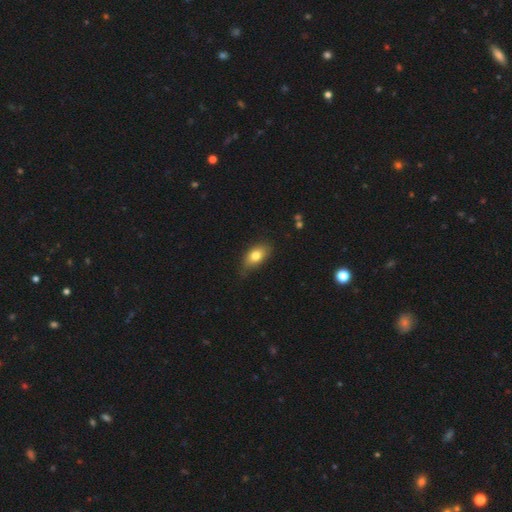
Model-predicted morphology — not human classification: This is likely a smooth galaxy (77%). How rounded: clearly in between (86%). Merging: likely none (71%).